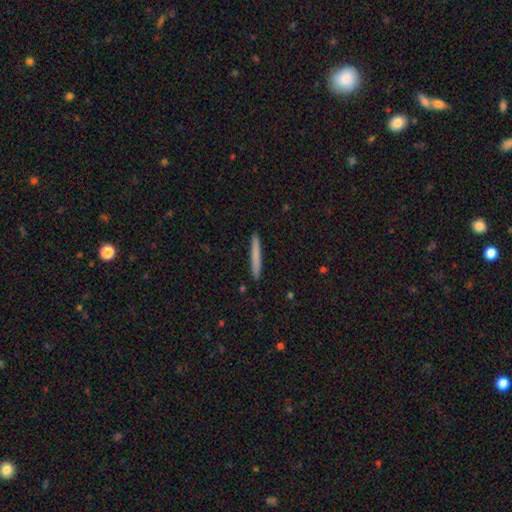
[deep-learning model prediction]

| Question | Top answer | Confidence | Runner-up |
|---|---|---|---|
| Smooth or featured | smooth | 74% | featured or disk (20%) |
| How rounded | cigar-shaped | 97% | in between (2%) |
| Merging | none | 92% | minor disturbance (5%) |